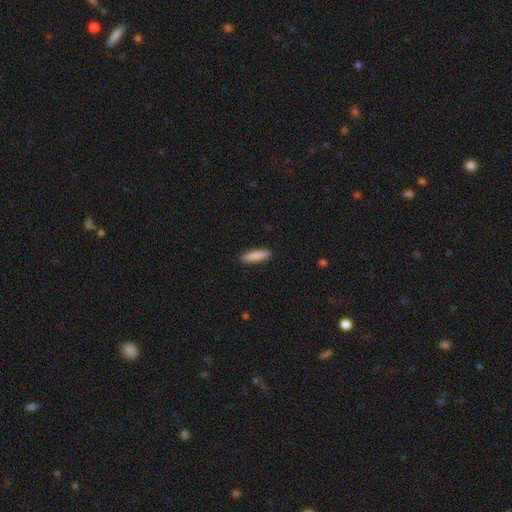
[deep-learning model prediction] Smooth or featured? Predicted: smooth (p=0.87). How rounded? Predicted: cigar-shaped (p=0.76). Merging? Predicted: none (p=0.89).